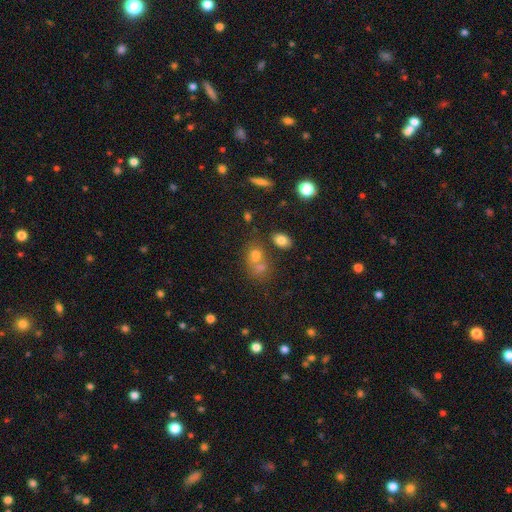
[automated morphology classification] A smooth galaxy with no disk features (69%) that is in between round and cigar-shaped (53%).

Vote fractions:
- Smooth or featured? smooth: 69% / star or artifact: 16% / featured or disk: 15%
- How rounded? in between: 53% / round: 46% / cigar-shaped: 2%
- Merging? merger: 49% / none: 37% / minor disturbance: 9% / major disturbance: 5%